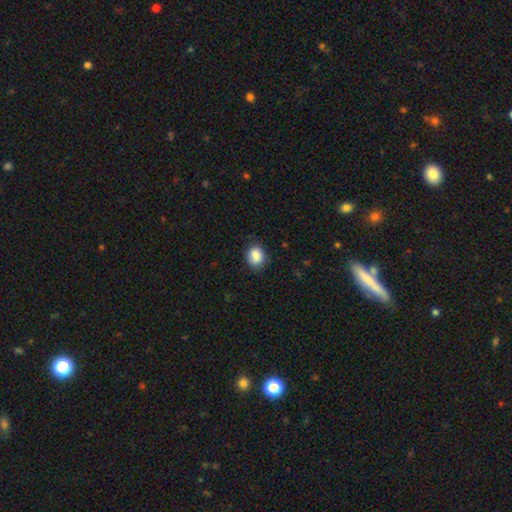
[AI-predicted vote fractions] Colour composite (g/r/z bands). It shows a smooth galaxy with no disk features (86%) that is round (52%). Merging: none (80%).